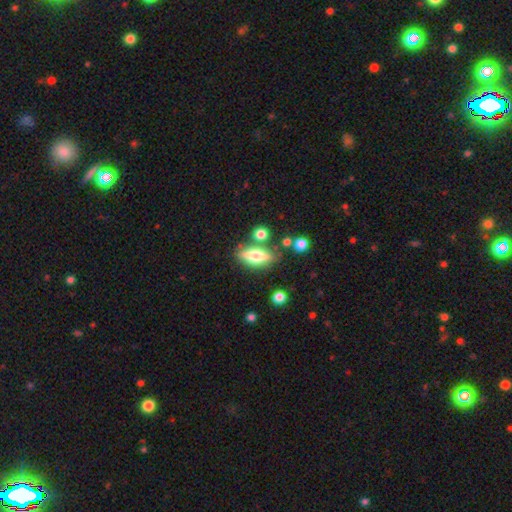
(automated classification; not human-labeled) smooth_or_featured: smooth (p=0.54) [alt: featured or disk p=0.38]
how_rounded: in between (p=0.63) [alt: cigar-shaped p=0.32]
merging: none (p=0.74) [alt: minor disturbance p=0.13]